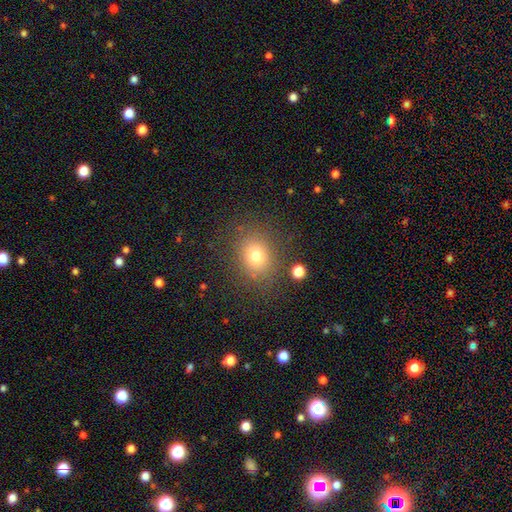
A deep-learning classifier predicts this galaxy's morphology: Smooth or featured: smooth — 73% (star or artifact — 16%)
How rounded: round — 60% (in between — 39%)
Merging: none — 82% (minor disturbance — 11%)